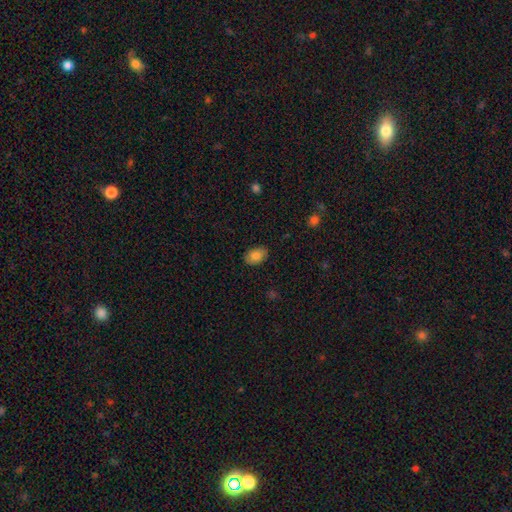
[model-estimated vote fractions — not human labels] Q: Smooth or featured?
A: smooth (84%); runner-up: featured or disk (8%)
Q: How rounded?
A: in between (86%); runner-up: round (13%)
Q: Merging?
A: none (87%); runner-up: minor disturbance (10%)